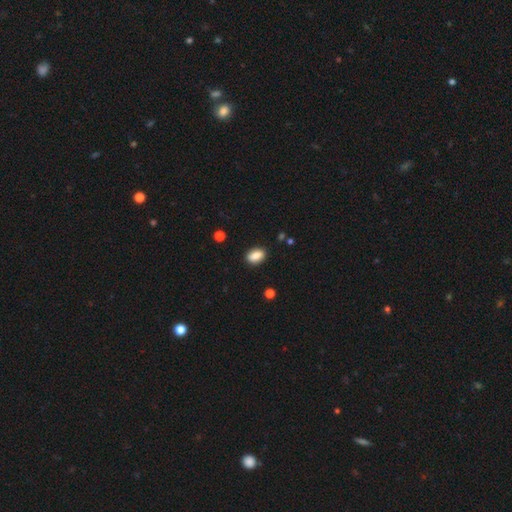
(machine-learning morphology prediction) Overall: smooth (84%). How rounded: in between (83%). Merging: none (86%).